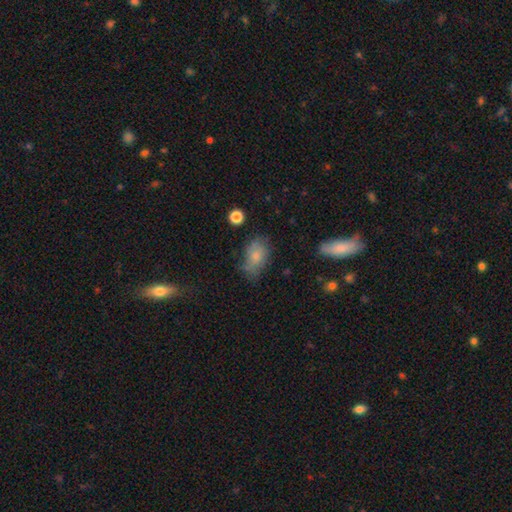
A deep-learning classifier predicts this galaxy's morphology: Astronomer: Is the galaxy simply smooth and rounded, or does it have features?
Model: smooth — 73%.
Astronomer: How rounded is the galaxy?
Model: in between — 86%.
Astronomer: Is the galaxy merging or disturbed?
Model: none — 55% (runner-up: minor disturbance, 30%).